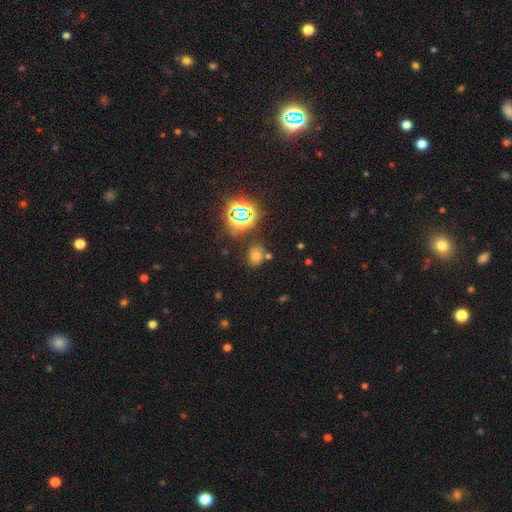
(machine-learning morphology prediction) Smooth or featured?
  - smooth: 53% *
  - star or artifact: 35%
  - featured or disk: 12%
How rounded?
  - round: 50% *
  - in between: 48%
  - cigar-shaped: 1%
Merging?
  - none: 69% *
  - minor disturbance: 16%
  - merger: 10%
  - major disturbance: 5%